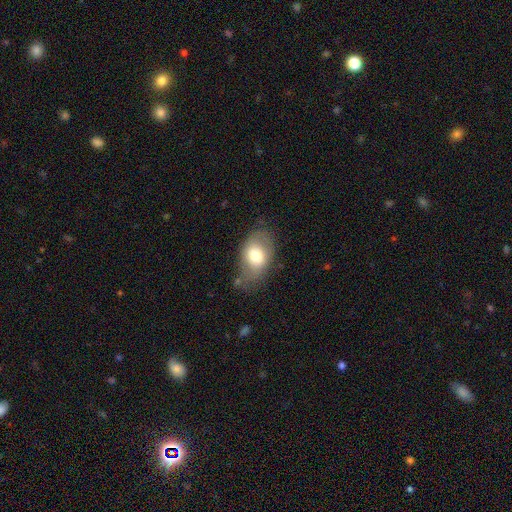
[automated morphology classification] smooth_or_featured: smooth (p=0.72) [alt: featured or disk p=0.21]
how_rounded: in between (p=0.84) [alt: round p=0.14]
merging: none (p=0.66) [alt: minor disturbance p=0.23]